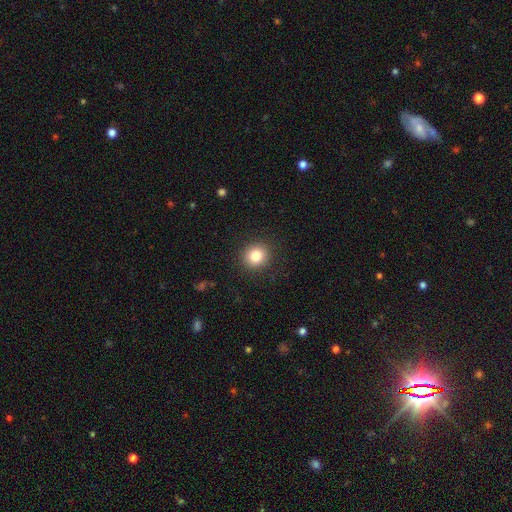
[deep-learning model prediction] Smooth or featured? smooth (82%)
How rounded? round (89%)
Merging? none (91%)